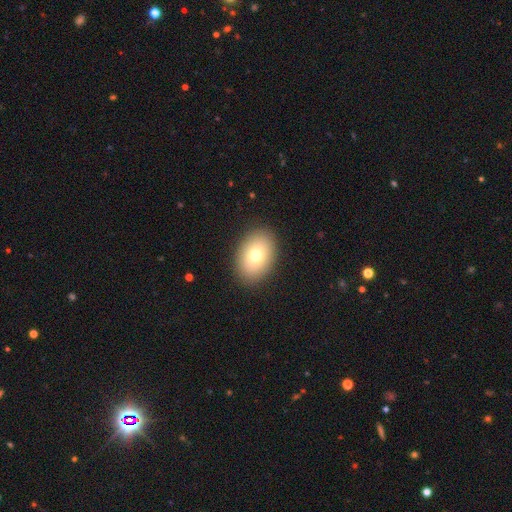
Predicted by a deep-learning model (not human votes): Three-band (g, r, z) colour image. It shows a smooth galaxy with no disk features (77%) that is in between round and cigar-shaped (82%). Merging: none (89%).